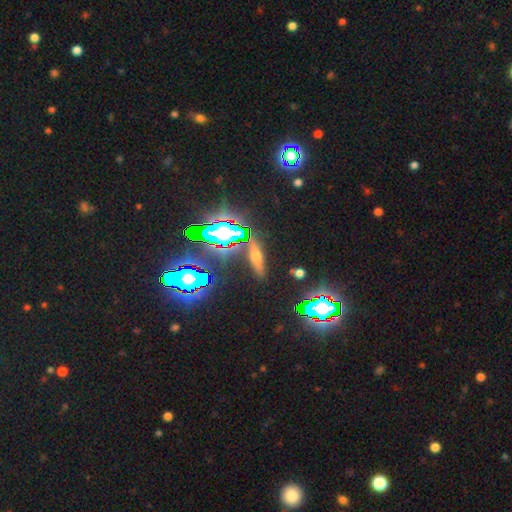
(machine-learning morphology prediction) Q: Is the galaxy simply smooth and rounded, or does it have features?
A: smooth — 37%.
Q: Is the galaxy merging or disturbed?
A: none — 82%.